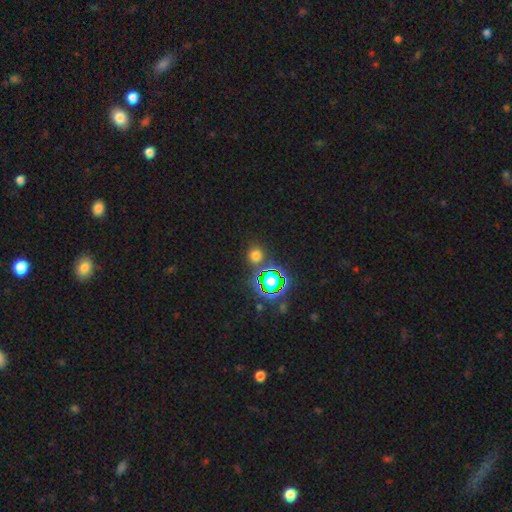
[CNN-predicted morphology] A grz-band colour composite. It shows a smooth galaxy with no disk features (59%) that is round (88%). Merging: none (80%).